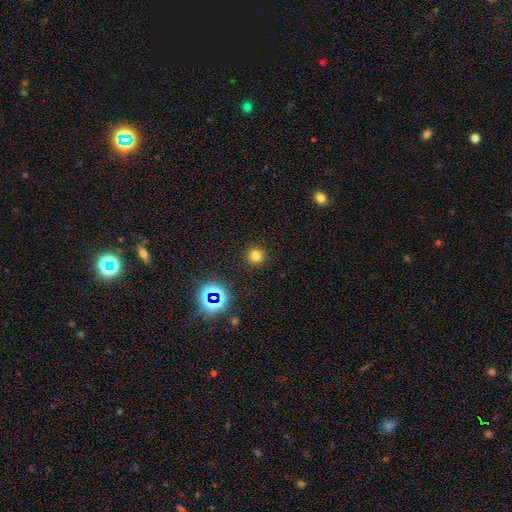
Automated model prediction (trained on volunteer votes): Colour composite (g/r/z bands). It shows a smooth galaxy with no disk features (75%) that is round (95%). Merging: none (91%).